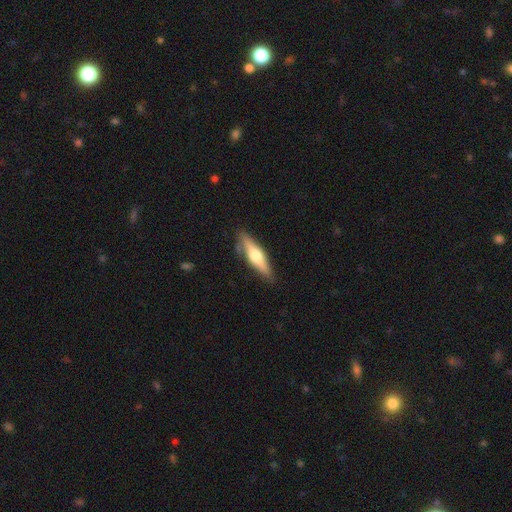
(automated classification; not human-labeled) Smooth or featured? Predicted: featured or disk (p=0.50). Edge-on disk? Predicted: yes (p=0.92). Merging? Predicted: none (p=0.83).